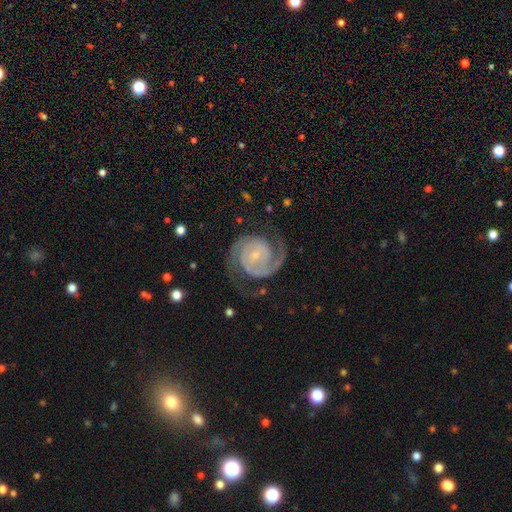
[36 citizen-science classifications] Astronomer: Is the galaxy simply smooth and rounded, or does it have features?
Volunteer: featured or disk — 94%.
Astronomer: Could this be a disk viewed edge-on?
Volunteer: no — 100%.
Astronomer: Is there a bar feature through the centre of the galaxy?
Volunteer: no — 50% (runner-up: weak, 38%).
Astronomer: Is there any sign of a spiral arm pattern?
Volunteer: yes — 100%.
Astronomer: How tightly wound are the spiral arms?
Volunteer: tight — 53% (runner-up: medium, 38%).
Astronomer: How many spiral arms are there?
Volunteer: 2 — 91%.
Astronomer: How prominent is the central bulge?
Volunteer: small — 71%.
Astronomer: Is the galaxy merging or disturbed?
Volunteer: none — 69%.